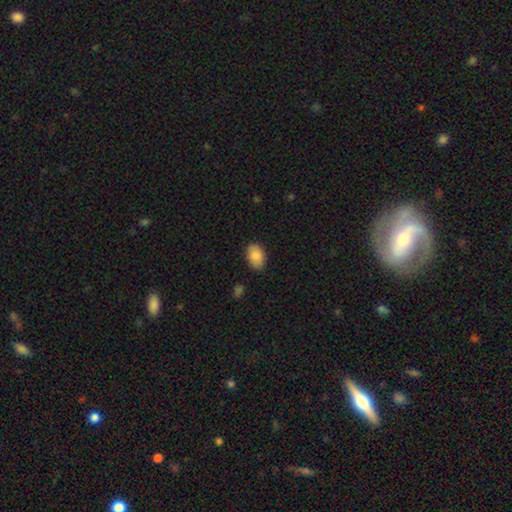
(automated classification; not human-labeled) Morphology: type=smooth (86%); roundness=in between (89%); merging=none (83%).